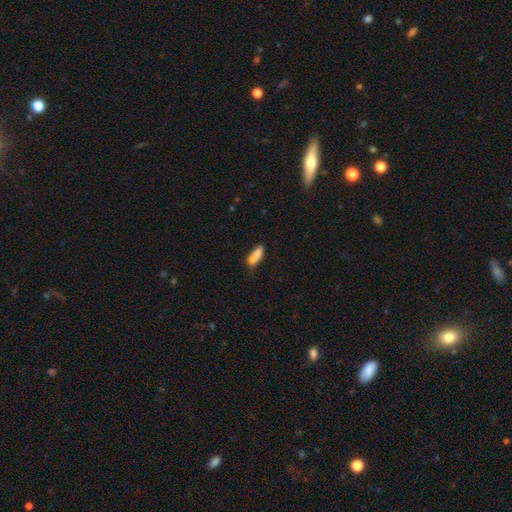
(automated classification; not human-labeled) Smooth or featured: smooth — 74% (featured or disk — 18%)
How rounded: in between — 66% (cigar-shaped — 30%)
Merging: merger — 39% (tied with none — 39%)